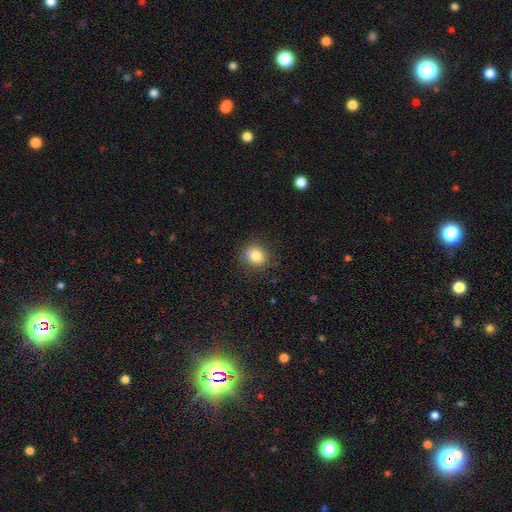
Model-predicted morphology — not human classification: Overall: smooth (82%). How rounded: round (70%). Merging: none (88%).